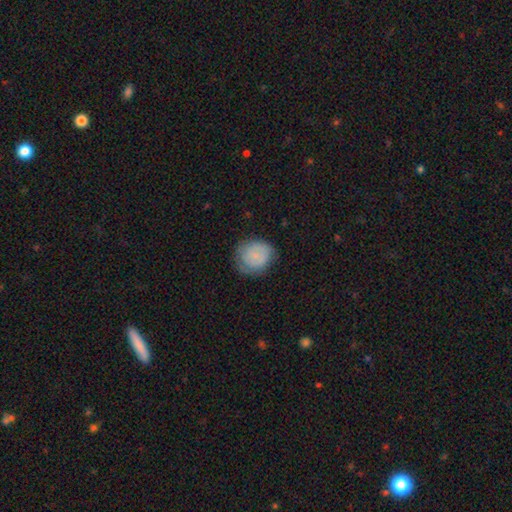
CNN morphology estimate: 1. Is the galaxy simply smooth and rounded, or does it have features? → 70% smooth, 22% featured or disk, 8% star or artifact.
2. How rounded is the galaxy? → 80% round, 19% in between, 1% cigar-shaped.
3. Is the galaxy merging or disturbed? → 65% none, 25% minor disturbance, 9% major disturbance, 1% merger.